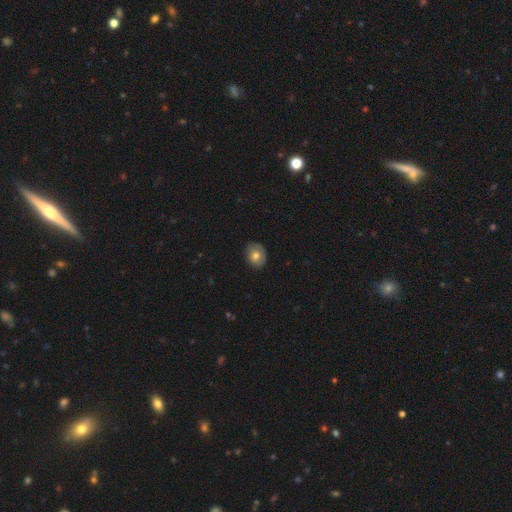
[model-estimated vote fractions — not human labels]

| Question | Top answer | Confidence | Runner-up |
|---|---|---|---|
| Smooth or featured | smooth | 73% | featured or disk (19%) |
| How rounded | round | 54% | in between (45%) |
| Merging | none | 81% | minor disturbance (15%) |